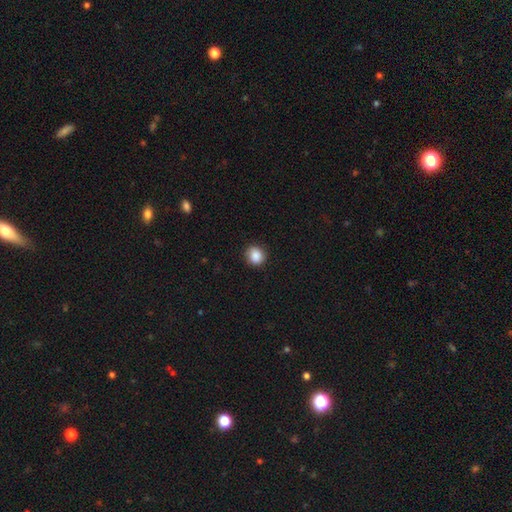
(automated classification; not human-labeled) A smooth galaxy with no disk features (87%) that is round (80%). Merging: none (86%).